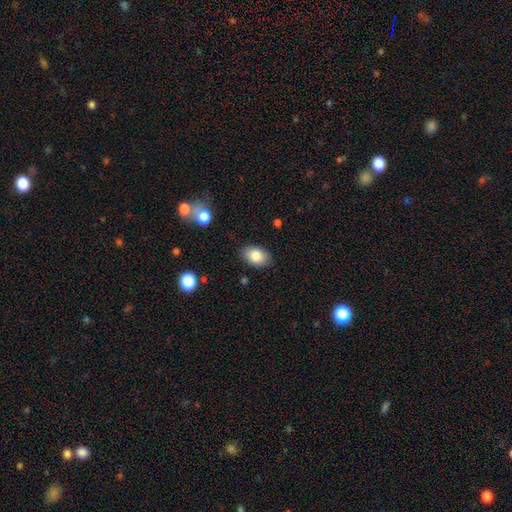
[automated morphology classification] Smooth or featured: smooth — 83% (featured or disk — 9%)
How rounded: in between — 86% (round — 13%)
Merging: none — 85% (minor disturbance — 11%)